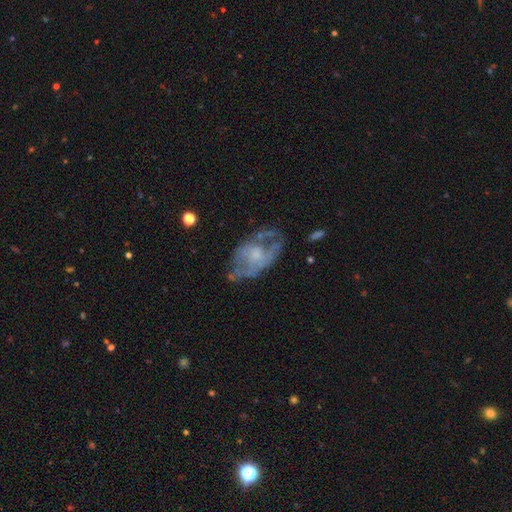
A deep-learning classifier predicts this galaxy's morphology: smooth_or_featured: featured or disk (p=0.68) [alt: smooth p=0.24]
disk_edge_on: no (p=0.95) [alt: yes p=0.05]
bar: no (p=0.78) [alt: weak p=0.18]
has_spiral_arms: no (p=0.59) [alt: yes p=0.41]
bulge_size: moderate (p=0.34) [tied with: small p=0.34]
merging: none (p=0.49) [alt: minor disturbance p=0.25]